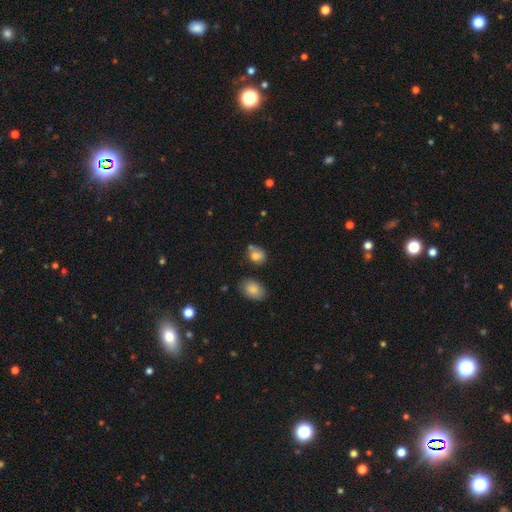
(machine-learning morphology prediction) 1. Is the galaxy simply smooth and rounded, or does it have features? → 76% smooth, 12% featured or disk, 11% star or artifact.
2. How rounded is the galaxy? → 53% in between, 46% round, 1% cigar-shaped.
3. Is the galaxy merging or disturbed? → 54% none, 21% minor disturbance, 18% merger, 7% major disturbance.